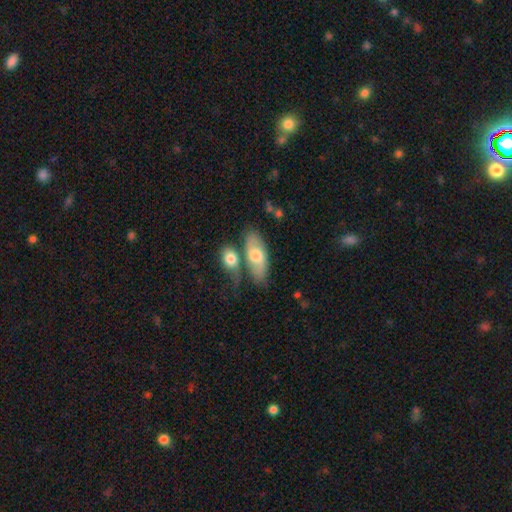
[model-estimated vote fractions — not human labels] Morphology: type=smooth (57%); roundness=in between (83%); merging=none (51%).